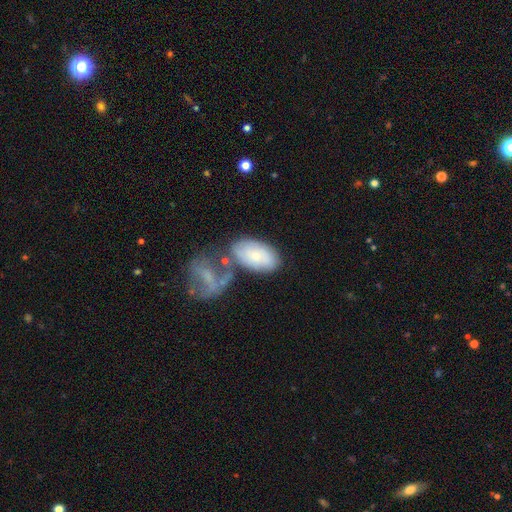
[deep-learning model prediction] Overall: smooth (65%; featured or disk 28%). How rounded: in between (93%). Merging: none (50%; merger 24%).